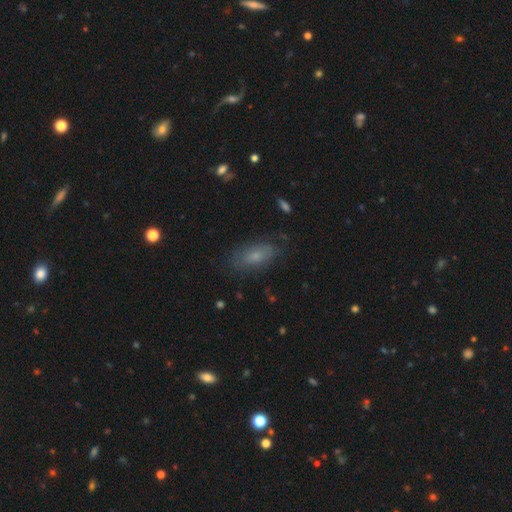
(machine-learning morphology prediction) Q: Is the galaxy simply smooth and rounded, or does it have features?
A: smooth — 61%.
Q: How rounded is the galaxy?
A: in between — 82%.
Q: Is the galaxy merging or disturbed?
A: none — 76%.